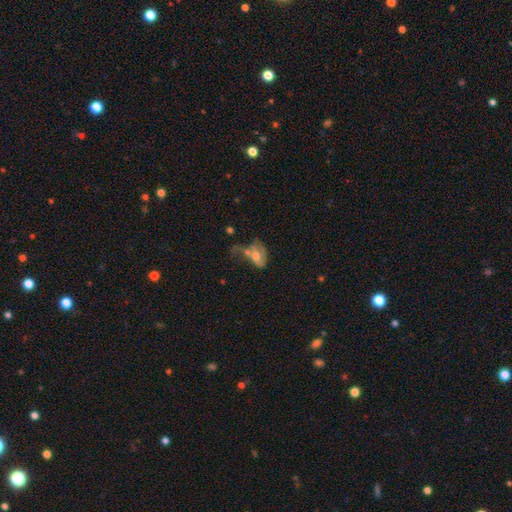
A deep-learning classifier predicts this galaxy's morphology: A smooth galaxy with no disk features (46%). Merging: major disturbance (36%).